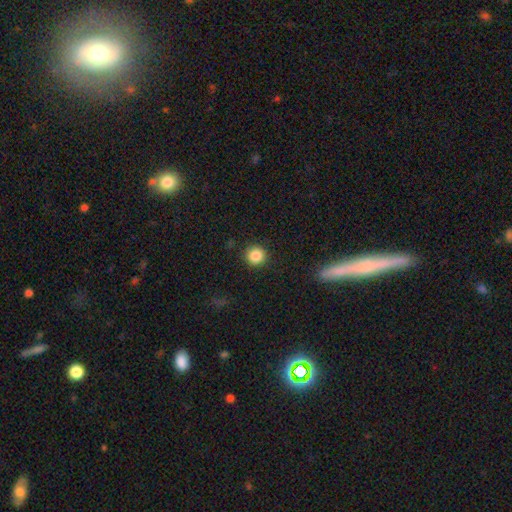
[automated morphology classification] Smooth or featured? Predicted: smooth (p=0.86). How rounded? Predicted: round (p=0.93). Merging? Predicted: none (p=0.91).